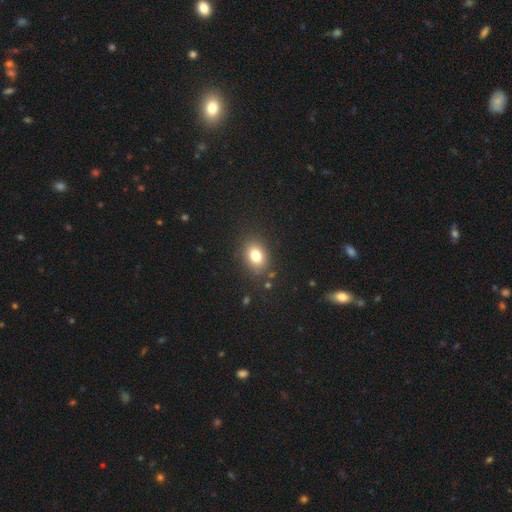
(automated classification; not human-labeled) This appears to be a smooth galaxy with no disk features (79%) that is in between round and cigar-shaped (66%). Merging: none (84%).